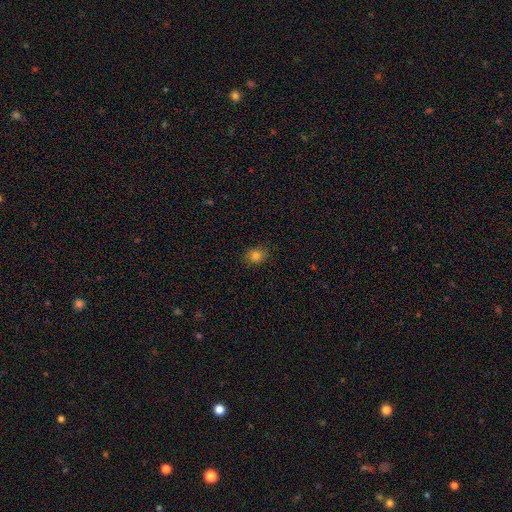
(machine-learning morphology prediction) The model was most divided on "how rounded": round: 56%, in between: 43%, cigar-shaped: 1%. More confident: merging — none (87%); smooth or featured — smooth (80%).